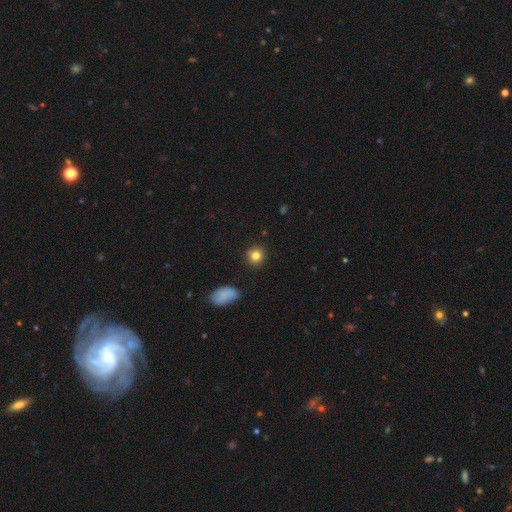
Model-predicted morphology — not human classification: The model was most divided on "smooth or featured": smooth: 83%, star or artifact: 11%, featured or disk: 6%. More confident: how rounded — round (88%); merging — none (87%).